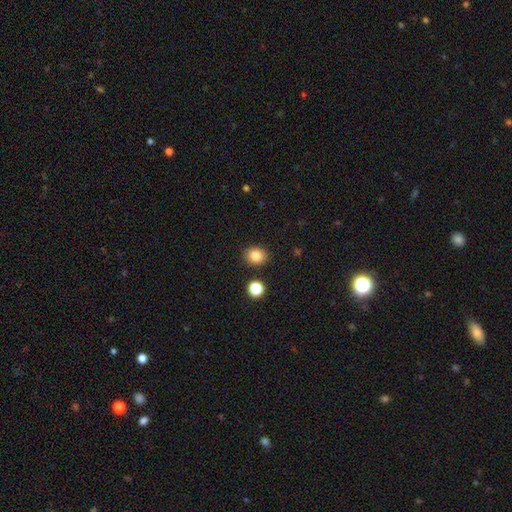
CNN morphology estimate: A smooth galaxy with no disk features (83%) that is round (64%).

Vote fractions:
- Smooth or featured? smooth: 83% / star or artifact: 11% / featured or disk: 6%
- How rounded? round: 64% / in between: 35% / cigar-shaped: 1%
- Merging? none: 88% / minor disturbance: 7% / merger: 3% / major disturbance: 2%